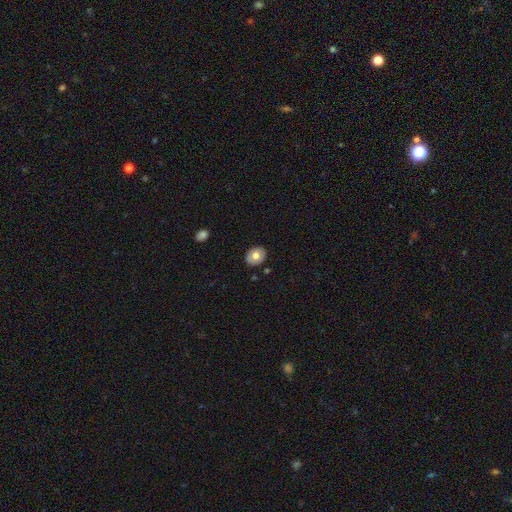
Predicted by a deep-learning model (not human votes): smooth_or_featured: smooth (p=0.71) [alt: featured or disk p=0.21]
how_rounded: round (p=0.51) [alt: in between p=0.48]
merging: none (p=0.88) [alt: minor disturbance p=0.08]